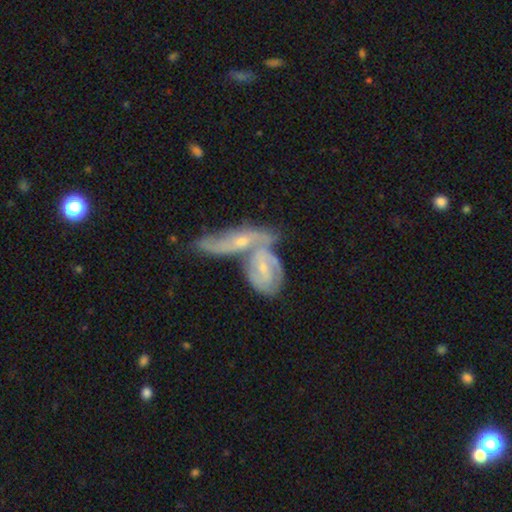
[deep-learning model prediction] This is likely a featured or disk galaxy (67%). It is likely not viewed edge-on (79%). Bar: possibly no (58%). Spiral arm pattern: likely yes (78%). Central bulge: likely small (62%). Merging: possibly merger (59%).